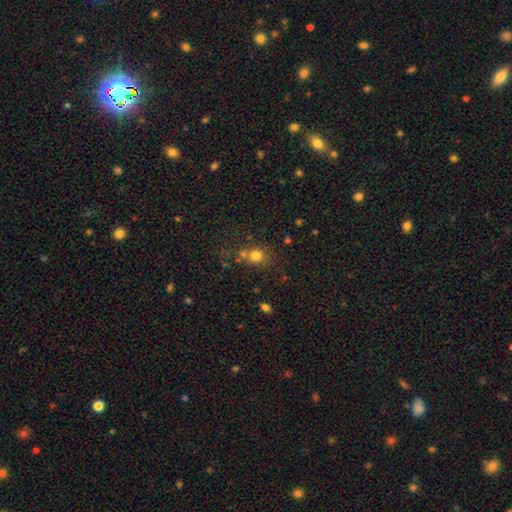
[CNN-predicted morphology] This is likely a smooth galaxy (76%). How rounded: likely round (77%). Merging: possibly none (58%).